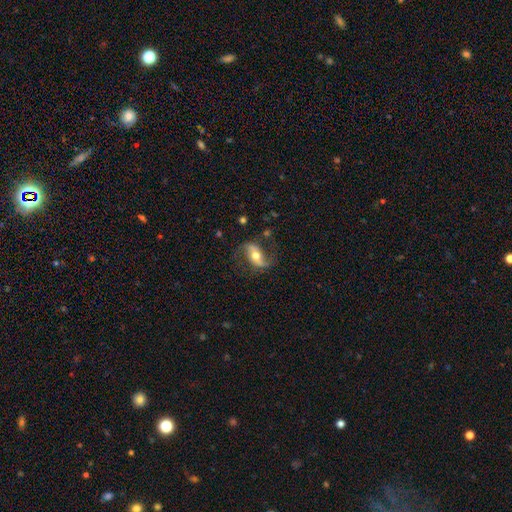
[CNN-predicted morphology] Smooth or featured?
  - featured or disk: 77% *
  - smooth: 17%
  - star or artifact: 7%
Edge-on disk?
  - no: 92% *
  - yes: 8%
Bar?
  - no: 39% *
  - strong: 31%
  - weak: 30%
Spiral arms?
  - yes: 91% *
  - no: 9%
Spiral winding?
  - loose: 72% *
  - medium: 21%
  - tight: 6%
Spiral arm count?
  - 2: 92% *
  - 1: 3%
  - can't tell: 3%
  - 3: 1%
  - 4: 1%
  - more than 4: 1%
Bulge size?
  - moderate: 71% *
  - small: 17%
  - large: 10%
  - dominant: 2%
  - none: 1%
Merging?
  - none: 73% *
  - minor disturbance: 17%
  - major disturbance: 9%
  - merger: 2%